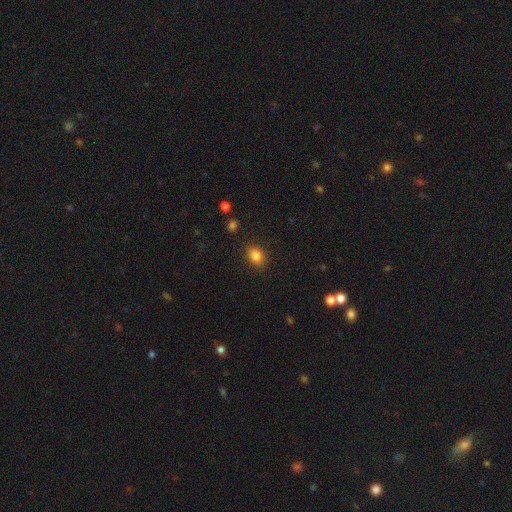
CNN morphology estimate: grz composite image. It shows a smooth galaxy with no disk features (85%) that is in between round and cigar-shaped (69%). Merging: none (88%).